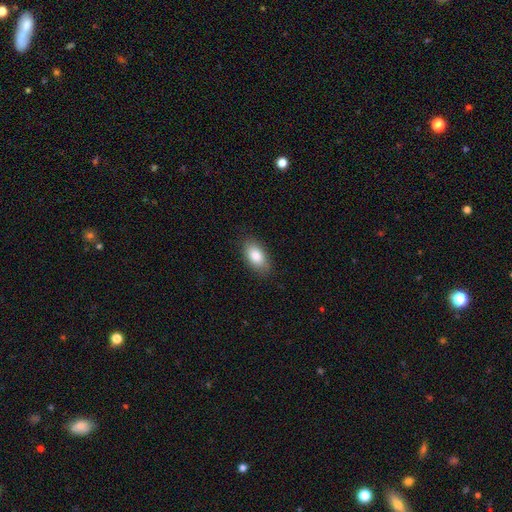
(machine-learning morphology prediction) The model was most divided on "smooth or featured": smooth: 83%, featured or disk: 10%, star or artifact: 7%. More confident: how rounded — in between (92%); merging — none (85%).